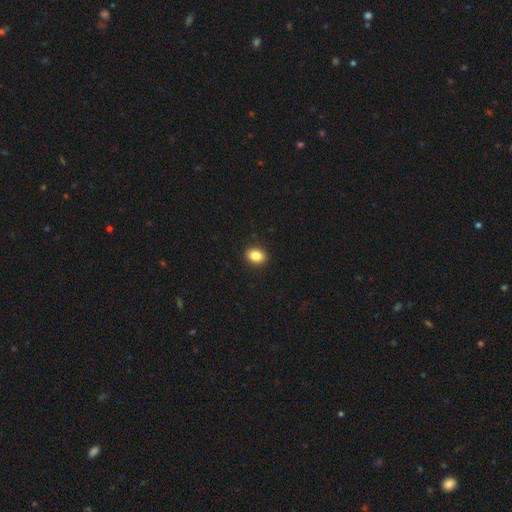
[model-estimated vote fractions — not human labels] Overall: smooth (85%). How rounded: in between (69%; round 30%). Merging: none (91%).